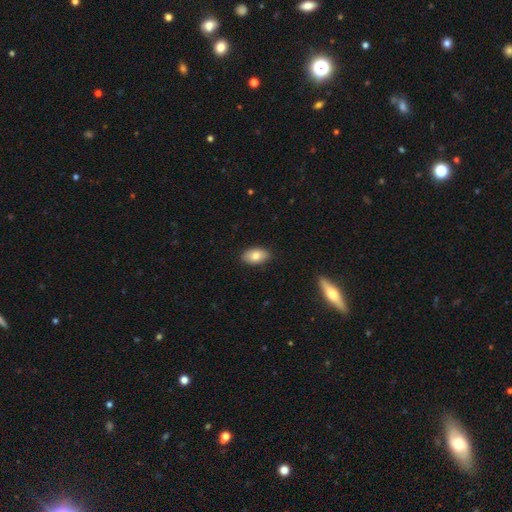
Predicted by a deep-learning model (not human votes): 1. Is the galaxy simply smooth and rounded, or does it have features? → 80% smooth, 13% featured or disk, 7% star or artifact.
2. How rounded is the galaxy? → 93% in between, 5% round, 2% cigar-shaped.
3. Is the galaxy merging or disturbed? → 88% none, 10% minor disturbance, 2% major disturbance, 1% merger.